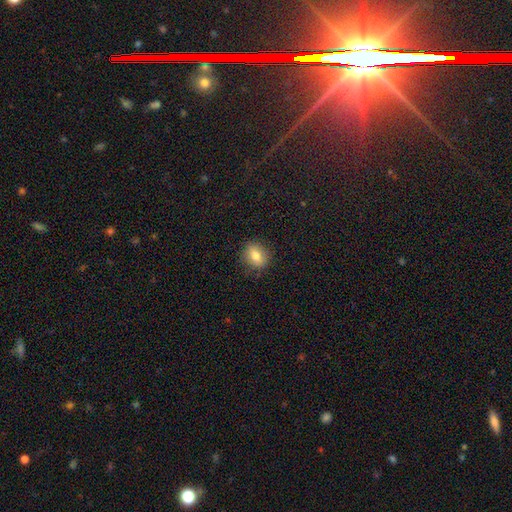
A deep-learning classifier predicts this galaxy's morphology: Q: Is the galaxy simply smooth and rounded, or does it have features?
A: smooth — 78%.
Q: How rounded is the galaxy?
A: round — 57%.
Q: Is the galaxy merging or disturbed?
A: none — 86%.